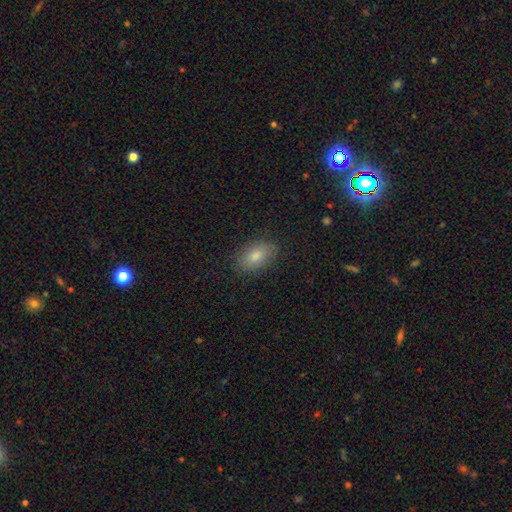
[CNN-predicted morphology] Smooth or featured: smooth — 77% (star or artifact — 12%)
How rounded: in between — 87% (round — 11%)
Merging: none — 85% (minor disturbance — 11%)